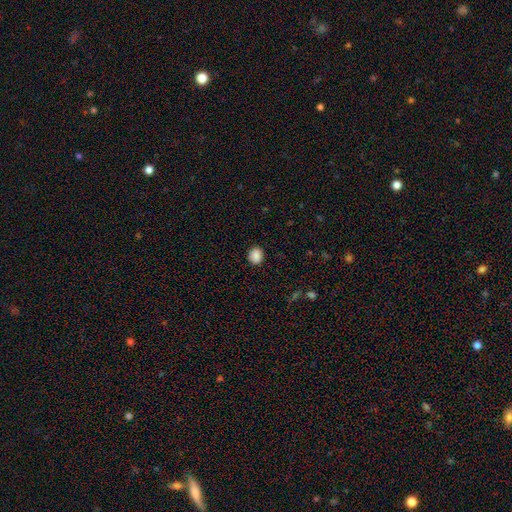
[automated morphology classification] This is clearly a smooth galaxy (88%). How rounded: likely round (64%). Merging: clearly none (88%).